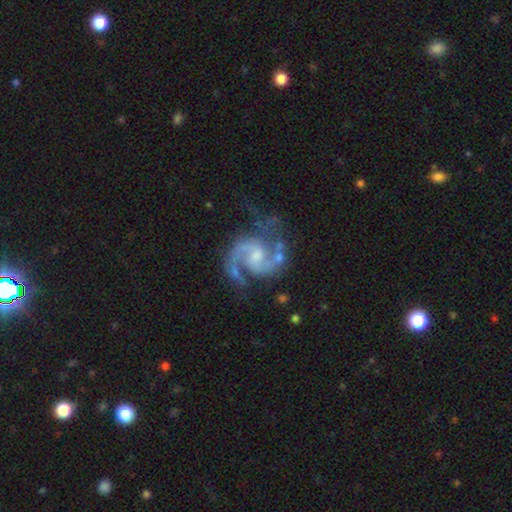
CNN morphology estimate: A featured or disk galaxy (92%) with a weak bar (49%), 2 (90%) medium (63%) spiral arms (98%) and a small central bulge (47%).

Vote fractions:
- Smooth or featured? featured or disk: 92% / star or artifact: 5% / smooth: 3%
- Edge-on disk? no: 98% / yes: 2%
- Bar? weak: 49% / no: 40% / strong: 11%
- Spiral arms? yes: 98% / no: 2%
- Spiral winding? medium: 63% / loose: 20% / tight: 17%
- Spiral arm count? 2: 90% / 3: 3% / can't tell: 2% / 1: 2% / 4: 1% / more than 4: 1%
- Bulge size? small: 47% / moderate: 38% / none: 12% / large: 3% / dominant: 1%
- Merging? none: 61% / minor disturbance: 20% / major disturbance: 14% / merger: 5%